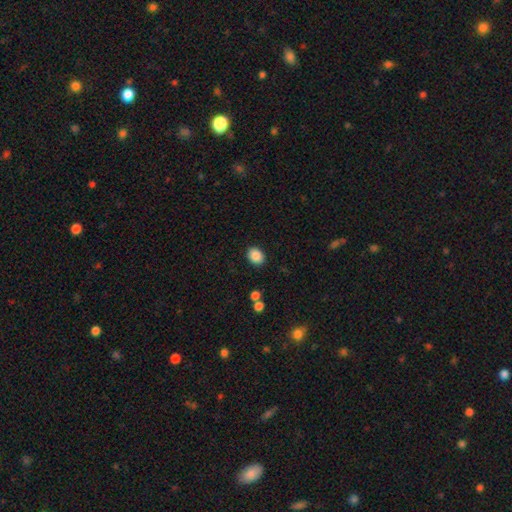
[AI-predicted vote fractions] smooth-or-featured: smooth: 88% | star or artifact: 9% | featured or disk: 4%
  how-rounded: in between: 58% | round: 41% | cigar-shaped: 1%
  merging: none: 88% | minor disturbance: 7% | major disturbance: 2% | merger: 2%